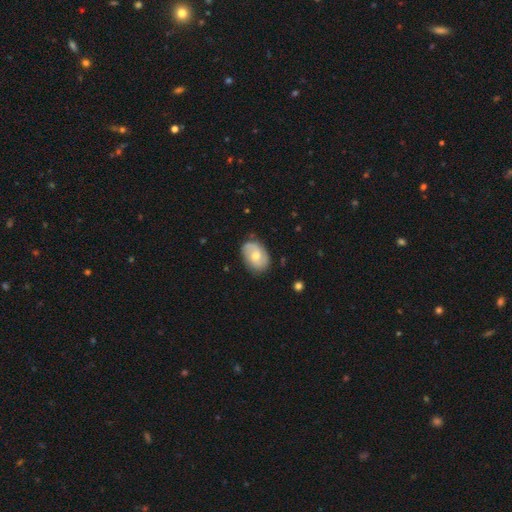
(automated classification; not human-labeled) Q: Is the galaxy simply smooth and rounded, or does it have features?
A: featured or disk — 60%.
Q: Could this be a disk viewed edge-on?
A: no — 96%.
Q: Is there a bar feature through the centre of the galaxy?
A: no — 62%.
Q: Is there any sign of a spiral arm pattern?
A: yes — 84%.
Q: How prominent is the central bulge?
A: moderate — 65%.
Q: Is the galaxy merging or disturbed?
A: none — 77%.